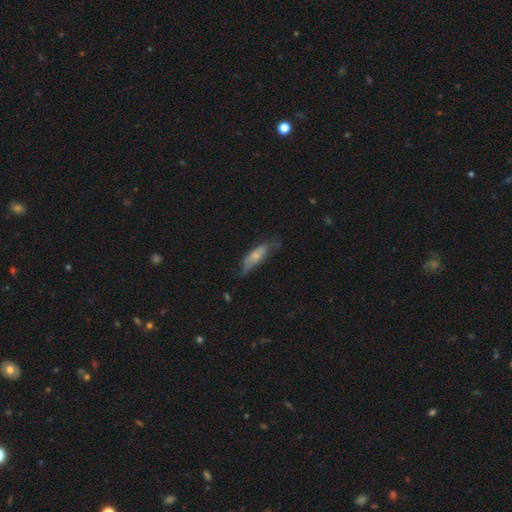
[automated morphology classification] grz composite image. It shows a smooth galaxy with no disk features (57%) that is cigar-shaped (51%). Merging: none (51%).